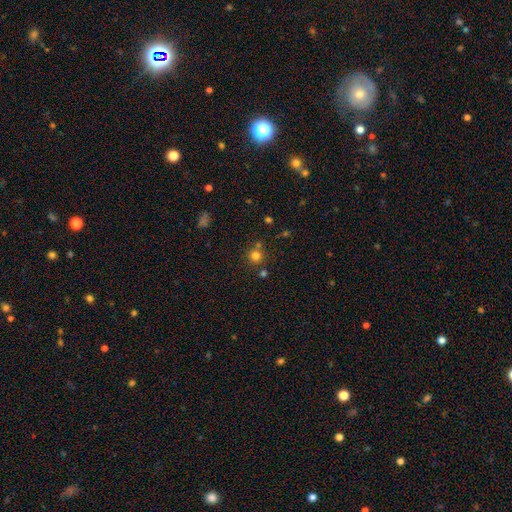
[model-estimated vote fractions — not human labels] A smooth galaxy with no disk features (75%) that is round (92%). Merging: none (74%).